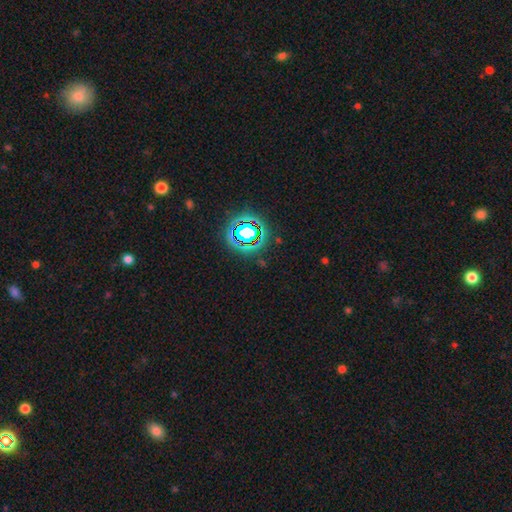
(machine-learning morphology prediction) This is likely a star or artifact rather than a galaxy (74%).